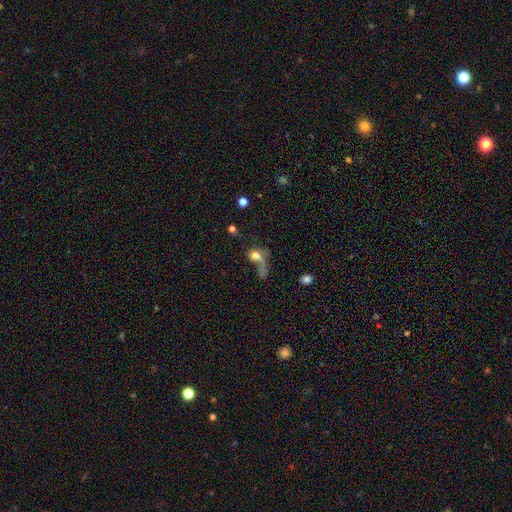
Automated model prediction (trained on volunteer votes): Smooth or featured? smooth (59%)
How rounded? in between (54%)
Merging? major disturbance (45%)